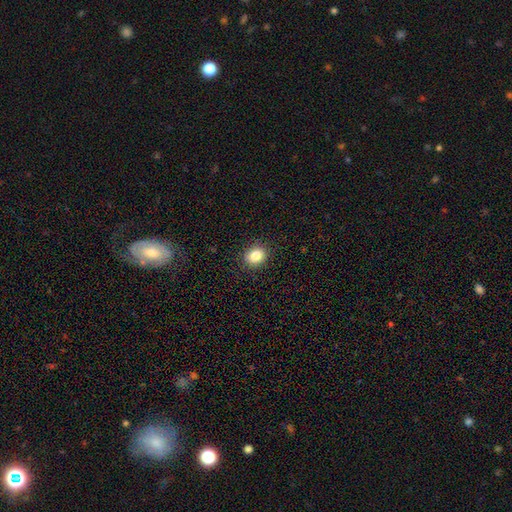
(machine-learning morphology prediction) smooth-or-featured: smooth: 84% | star or artifact: 10% | featured or disk: 6%
  how-rounded: round: 59% | in between: 40% | cigar-shaped: 1%
  merging: none: 88% | minor disturbance: 8% | major disturbance: 2% | merger: 1%